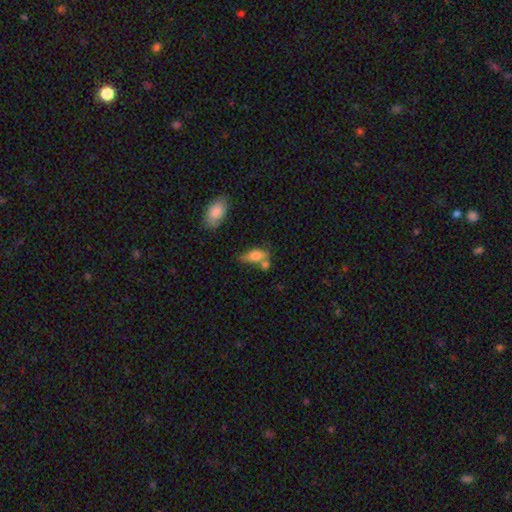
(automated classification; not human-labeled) smooth_or_featured: smooth (p=0.65) [alt: featured or disk p=0.26]
how_rounded: in between (p=0.71) [alt: cigar-shaped p=0.24]
merging: none (p=0.45) [alt: merger p=0.24]